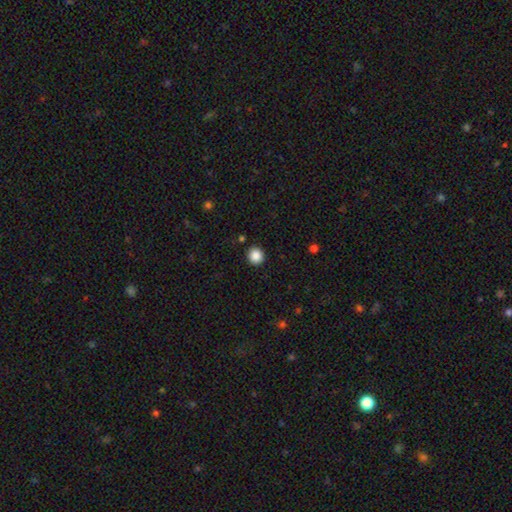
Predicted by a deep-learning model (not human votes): A smooth galaxy with no disk features (87%) that is round (92%).

Vote fractions:
- Smooth or featured? smooth: 87% / star or artifact: 10% / featured or disk: 3%
- How rounded? round: 92% / in between: 7% / cigar-shaped: 1%
- Merging? none: 91% / minor disturbance: 6% / major disturbance: 2% / merger: 1%